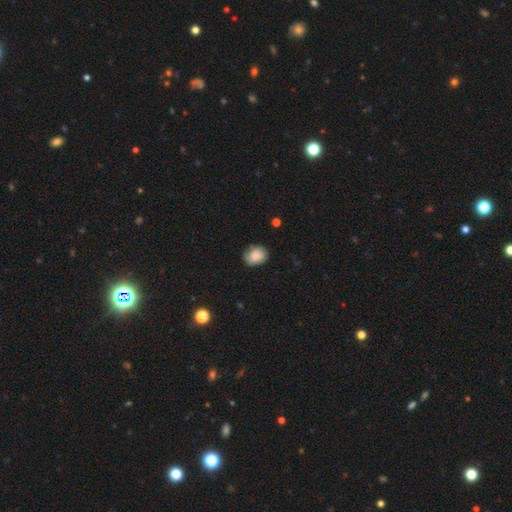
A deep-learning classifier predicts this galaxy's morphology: The model was most divided on "how rounded": round: 53%, in between: 46%, cigar-shaped: 1%. More confident: smooth or featured — smooth (74%); merging — none (67%).